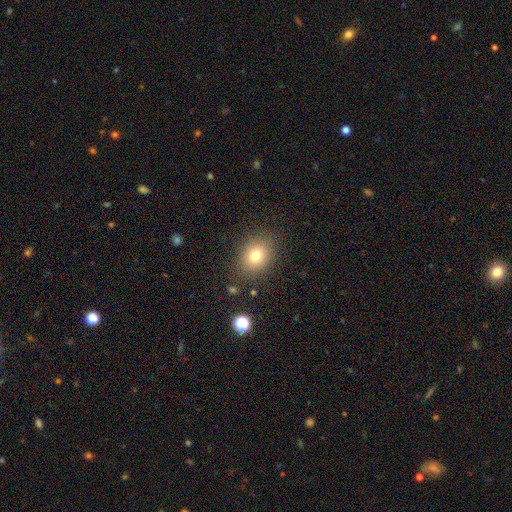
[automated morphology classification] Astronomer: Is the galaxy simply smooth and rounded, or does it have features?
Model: smooth — 77%.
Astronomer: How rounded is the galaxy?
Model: round — 52% (runner-up: in between, 48%).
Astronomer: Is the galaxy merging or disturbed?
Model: none — 85%.